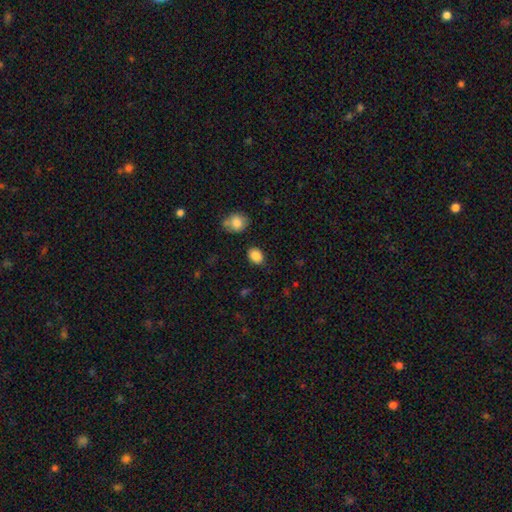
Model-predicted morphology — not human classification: type=smooth (87%); roundness=in between (71%); merging=none (83%).